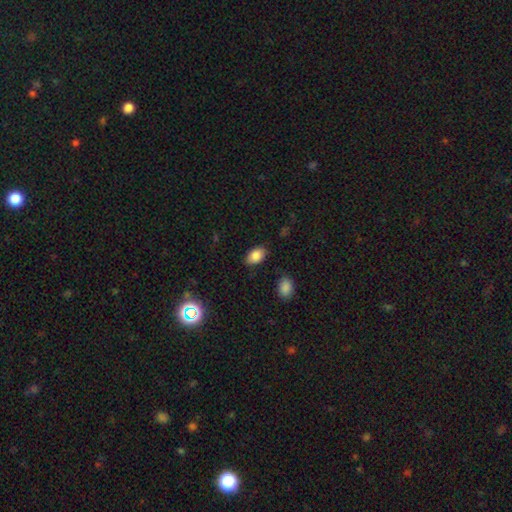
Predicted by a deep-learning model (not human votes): A smooth galaxy with no disk features (85%) that is in between round and cigar-shaped (90%). Merging: none (84%).